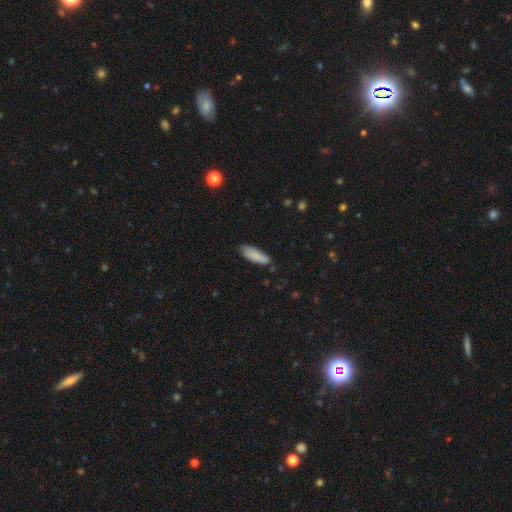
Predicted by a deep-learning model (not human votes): The model was most divided on "how rounded": in between: 62%, cigar-shaped: 37%, round: 2%. More confident: smooth or featured — smooth (87%); merging — none (77%).